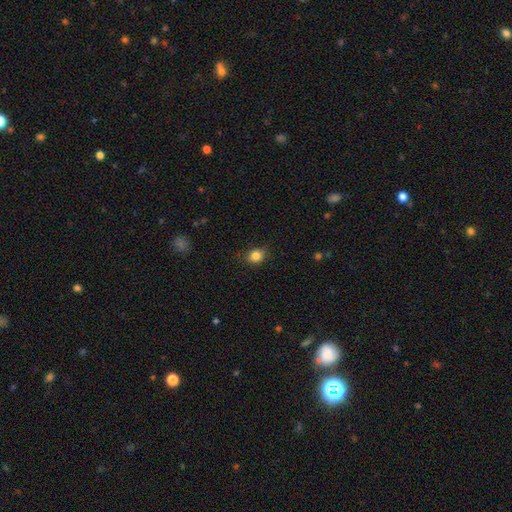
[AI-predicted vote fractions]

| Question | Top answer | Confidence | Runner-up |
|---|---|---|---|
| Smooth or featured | smooth | 84% | star or artifact (11%) |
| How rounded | round | 66% | in between (33%) |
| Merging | none | 82% | minor disturbance (14%) |